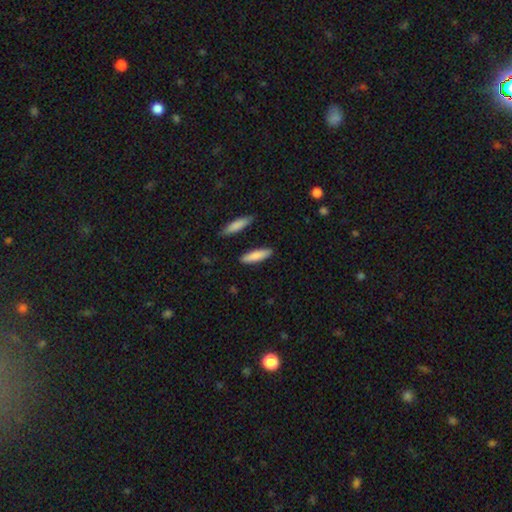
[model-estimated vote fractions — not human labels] Smooth or featured? Predicted: smooth (p=0.84). How rounded? Predicted: cigar-shaped (p=0.66). Merging? Predicted: none (p=0.87).